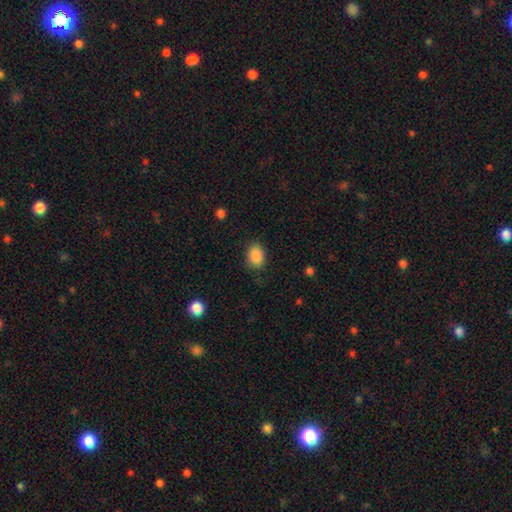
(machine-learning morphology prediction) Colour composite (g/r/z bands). It shows a smooth galaxy with no disk features (88%) that is in between round and cigar-shaped (75%). Merging: none (84%).